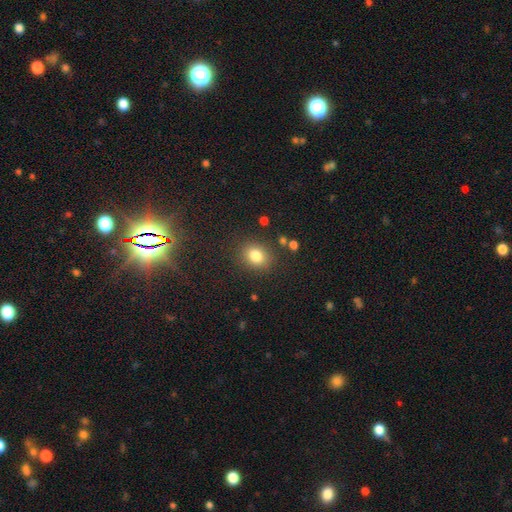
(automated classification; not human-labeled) smooth-or-featured: smooth: 82% | star or artifact: 12% | featured or disk: 7%
  how-rounded: round: 59% | in between: 40% | cigar-shaped: 1%
  merging: none: 84% | minor disturbance: 10% | major disturbance: 3% | merger: 3%